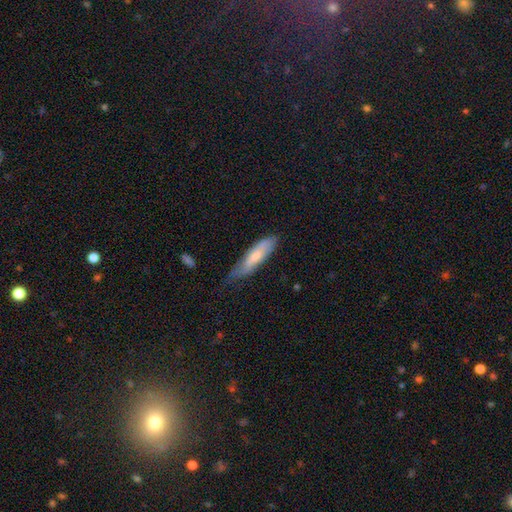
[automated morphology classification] smooth-or-featured: smooth: 69% | featured or disk: 25% | star or artifact: 6%
  how-rounded: cigar-shaped: 65% | in between: 34% | round: 1%
  merging: none: 49% | minor disturbance: 38% | major disturbance: 11% | merger: 2%